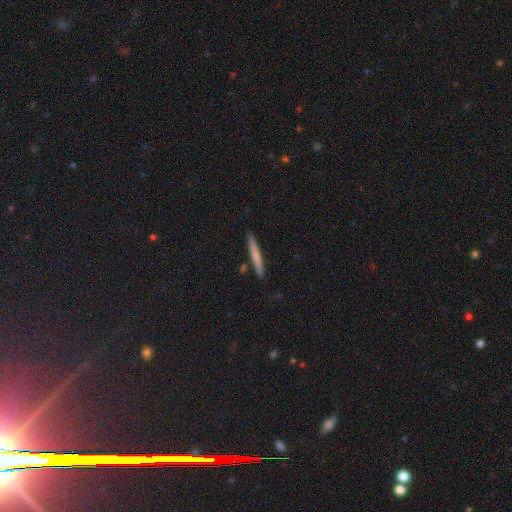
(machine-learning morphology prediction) A smooth galaxy with no disk features (66%) that is cigar-shaped (96%). Merging: none (89%).